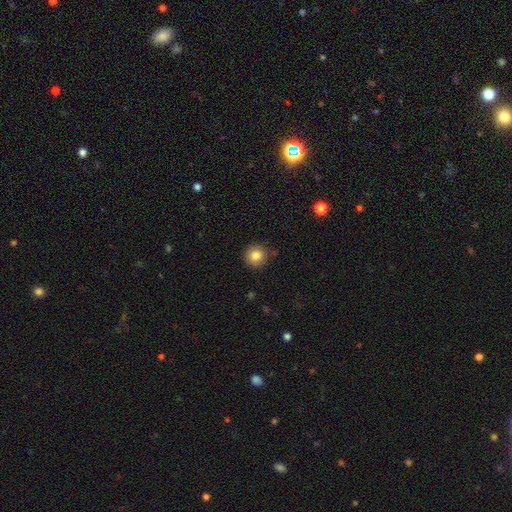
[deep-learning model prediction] smooth 84%, star or artifact 10%, featured or disk 6%. Down the decision tree: how rounded — round (93%); merging — none (89%).